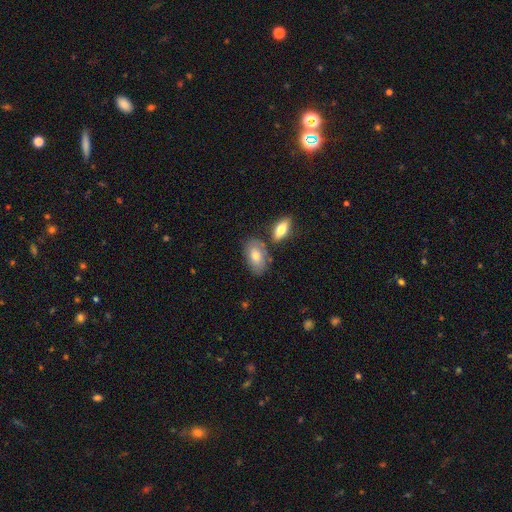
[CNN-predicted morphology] Q: Smooth or featured?
A: smooth (74%); runner-up: featured or disk (20%)
Q: How rounded?
A: in between (92%); runner-up: round (6%)
Q: Merging?
A: none (68%); runner-up: minor disturbance (15%)